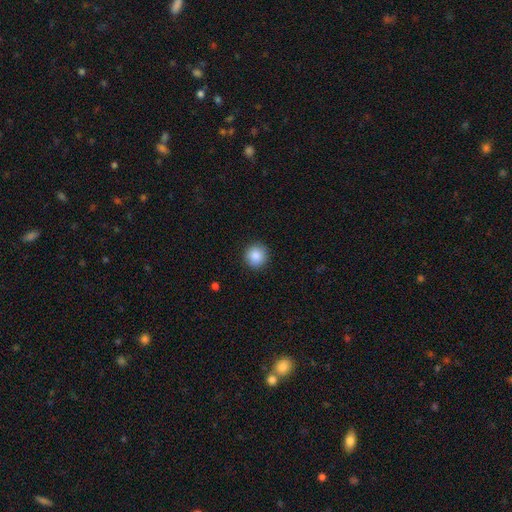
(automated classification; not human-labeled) Smooth or featured?
  - smooth: 88% *
  - star or artifact: 8%
  - featured or disk: 4%
How rounded?
  - round: 93% *
  - in between: 6%
  - cigar-shaped: 1%
Merging?
  - none: 92% *
  - minor disturbance: 6%
  - major disturbance: 2%
  - merger: 1%